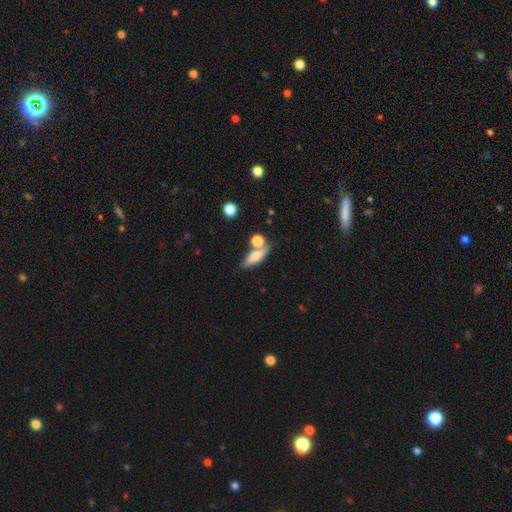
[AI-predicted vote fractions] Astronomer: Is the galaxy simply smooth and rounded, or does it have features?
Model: smooth — 64%.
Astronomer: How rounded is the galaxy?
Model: in between — 49% (runner-up: cigar-shaped, 43%).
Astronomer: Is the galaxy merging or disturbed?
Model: none — 59%.